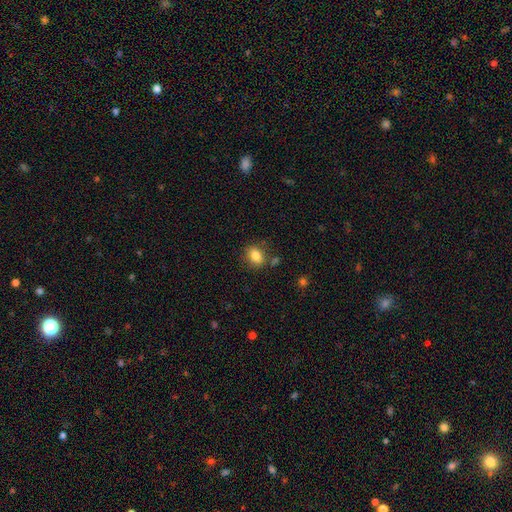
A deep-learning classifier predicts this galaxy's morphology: Smooth or featured? smooth (82%)
How rounded? in between (66%)
Merging? none (77%)